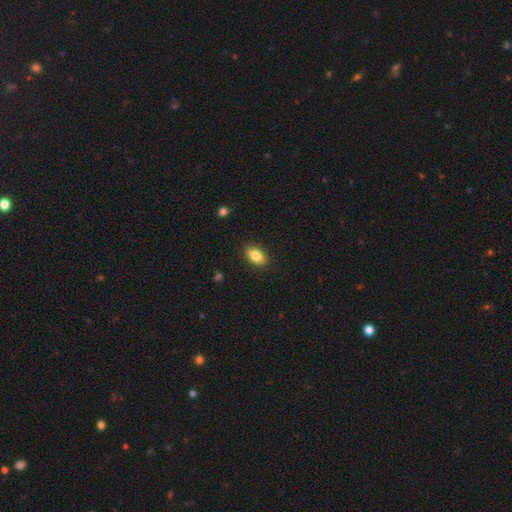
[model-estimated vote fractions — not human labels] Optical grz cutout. It shows a smooth galaxy with no disk features (85%) that is in between round and cigar-shaped (90%). Merging: none (88%).